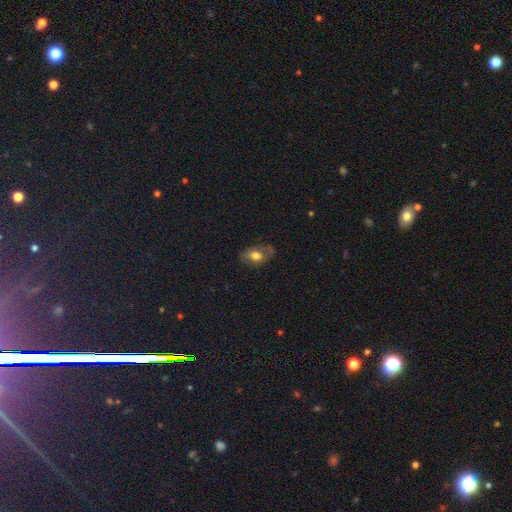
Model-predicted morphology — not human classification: A smooth galaxy with no disk features (61%) that is in between round and cigar-shaped (79%). Merging: none (63%).